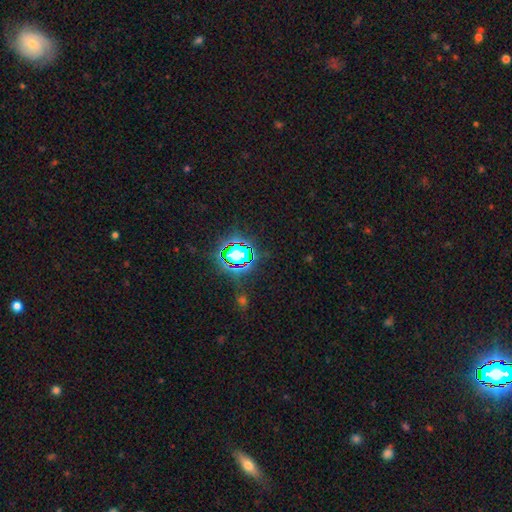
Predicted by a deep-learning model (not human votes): This appears to be a star or artifact, not a galaxy (79%).